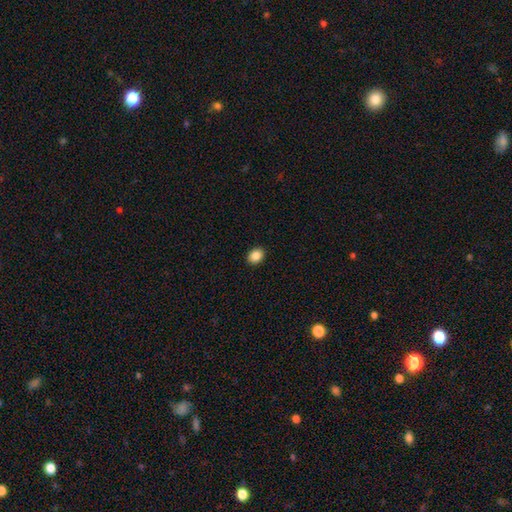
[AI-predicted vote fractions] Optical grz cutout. It shows a smooth galaxy with no disk features (87%) that is in between round and cigar-shaped (58%). Merging: none (91%).